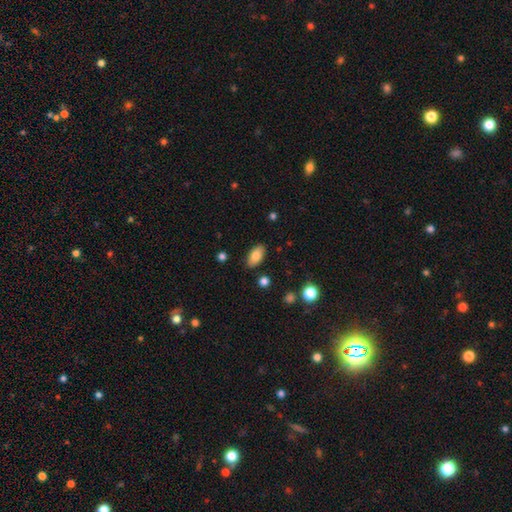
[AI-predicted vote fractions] Smooth or featured? smooth (81%)
How rounded? in between (92%)
Merging? none (87%)